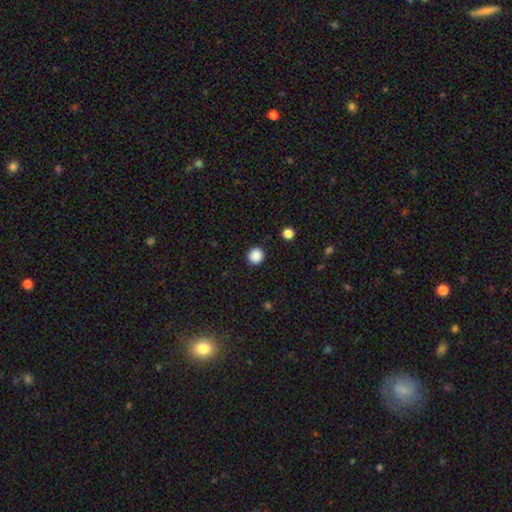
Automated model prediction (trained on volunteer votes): This appears to be a smooth galaxy with no disk features (88%) that is round (95%). Merging: none (92%).